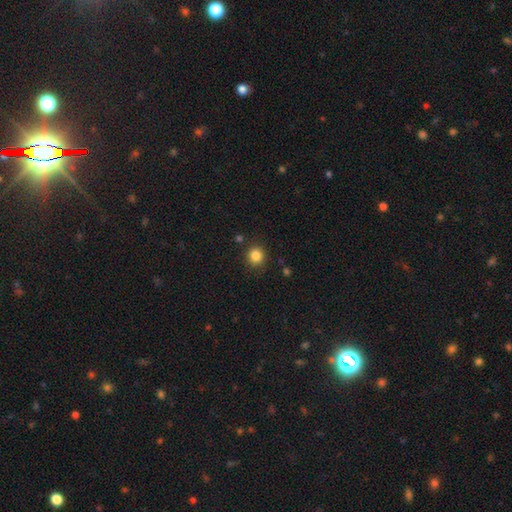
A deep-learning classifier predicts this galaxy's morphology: Smooth or featured? smooth (84%)
How rounded? round (90%)
Merging? none (87%)